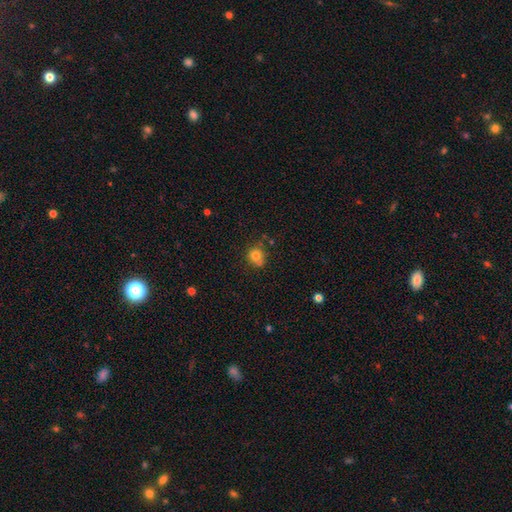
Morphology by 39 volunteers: type=smooth (85%); roundness=round (88%); merging=none (77%).